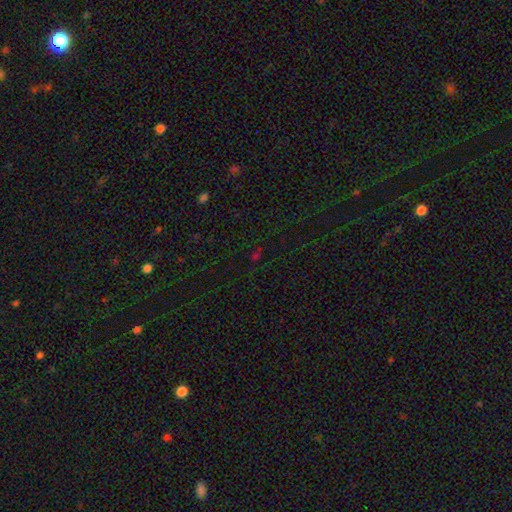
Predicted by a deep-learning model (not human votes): star or artifact 60%, smooth 32%, featured or disk 8%.